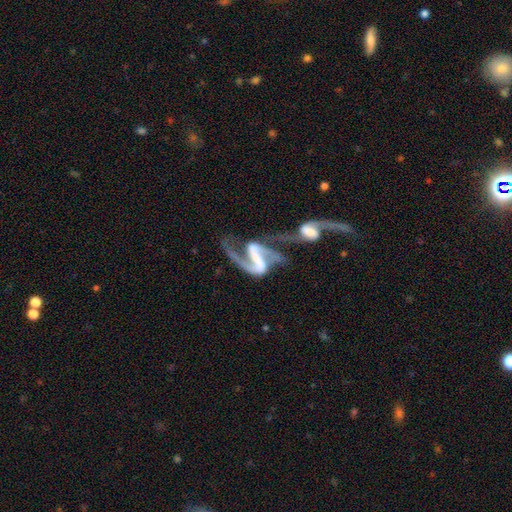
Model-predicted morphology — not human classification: featured or disk 90%, star or artifact 5%, smooth 5%. Down the decision tree: edge-on disk — no (97%); bar — strong (66%); spiral arms — yes (95%); spiral arm count — 2 (87%); spiral winding — loose (58%); bulge size — none (42%); merging — merger (49%).